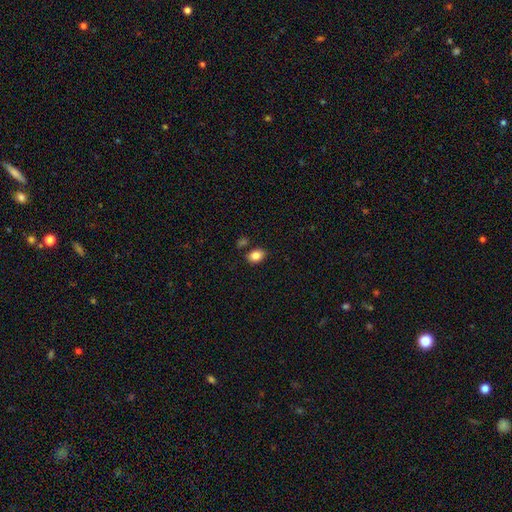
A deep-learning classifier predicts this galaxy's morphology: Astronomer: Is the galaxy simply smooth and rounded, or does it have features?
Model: smooth — 84%.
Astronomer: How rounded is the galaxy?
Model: in between — 74%.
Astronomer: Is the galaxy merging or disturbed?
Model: none — 80%.